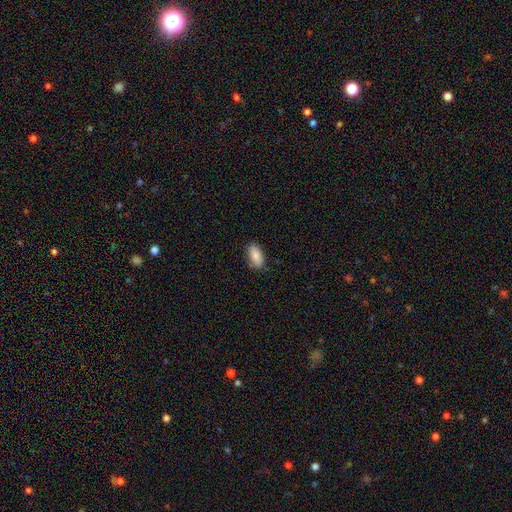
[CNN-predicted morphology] smooth-or-featured: smooth: 84% | featured or disk: 10% | star or artifact: 6%
  how-rounded: in between: 91% | cigar-shaped: 6% | round: 3%
  merging: none: 84% | minor disturbance: 13% | major disturbance: 2% | merger: 1%